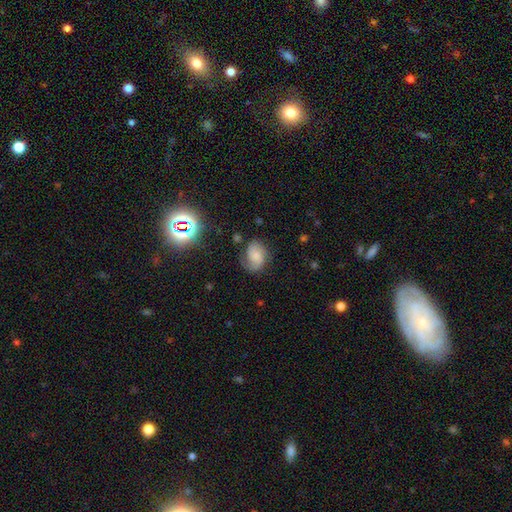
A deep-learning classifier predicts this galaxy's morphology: smooth 51%, featured or disk 36%, star or artifact 12%. Down the decision tree: how rounded — in between (69%); merging — none (59%).